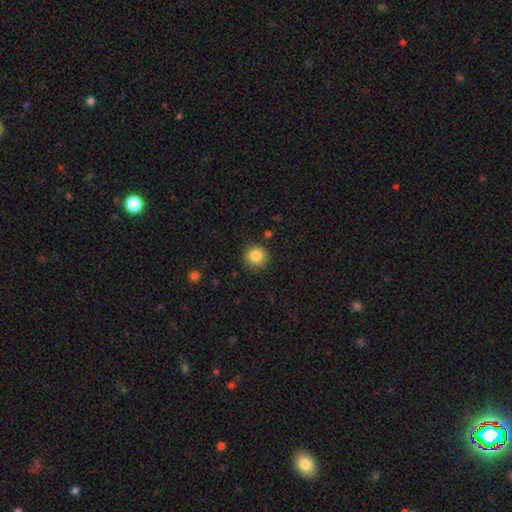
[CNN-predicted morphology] Smooth or featured?
  - smooth: 85% *
  - star or artifact: 10%
  - featured or disk: 5%
How rounded?
  - round: 94% *
  - in between: 5%
  - cigar-shaped: 1%
Merging?
  - none: 89% *
  - minor disturbance: 7%
  - major disturbance: 2%
  - merger: 1%